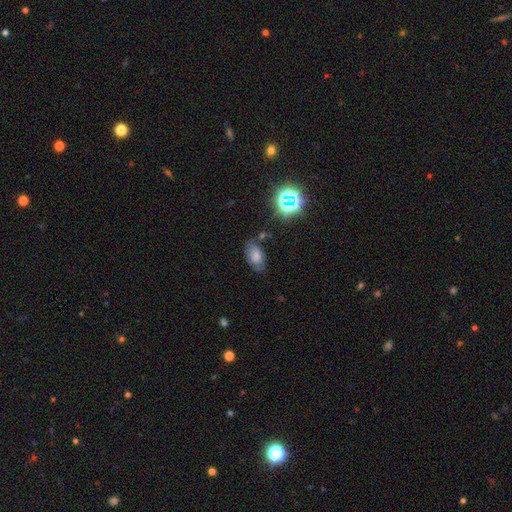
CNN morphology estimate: This is likely a smooth galaxy (67%). How rounded: clearly in between (91%). Merging: likely none (66%).